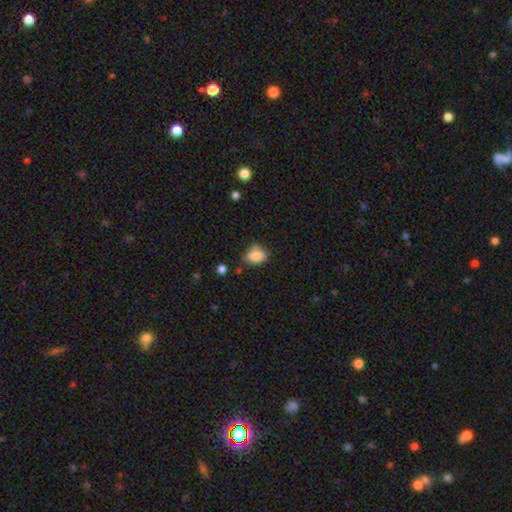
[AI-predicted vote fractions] A smooth galaxy with no disk features (82%) that is in between round and cigar-shaped (76%).

Vote fractions:
- Smooth or featured? smooth: 82% / featured or disk: 9% / star or artifact: 9%
- How rounded? in between: 76% / round: 22% / cigar-shaped: 2%
- Merging? none: 58% / minor disturbance: 29% / major disturbance: 6% / merger: 6%